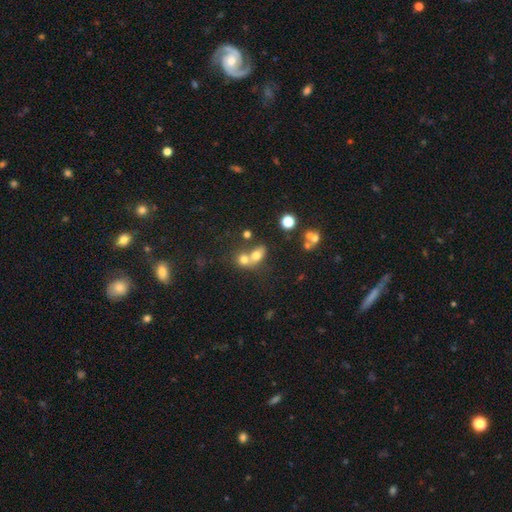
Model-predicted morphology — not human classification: Smooth or featured? smooth (67%)
How rounded? in between (56%)
Merging? merger (56%)